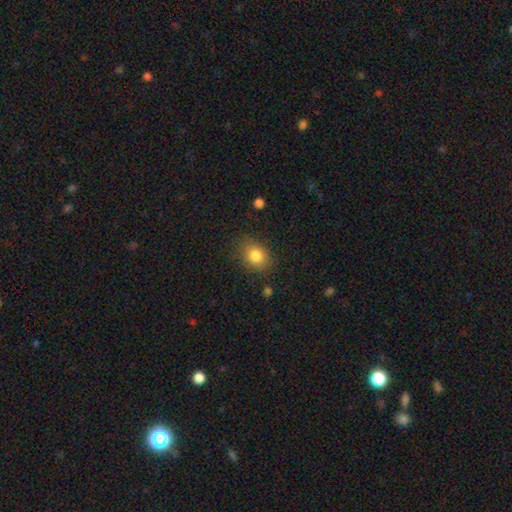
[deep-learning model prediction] Smooth or featured?
  - smooth: 82% *
  - star or artifact: 10%
  - featured or disk: 7%
How rounded?
  - in between: 52% *
  - round: 47%
  - cigar-shaped: 1%
Merging?
  - none: 80% *
  - minor disturbance: 14%
  - major disturbance: 4%
  - merger: 2%